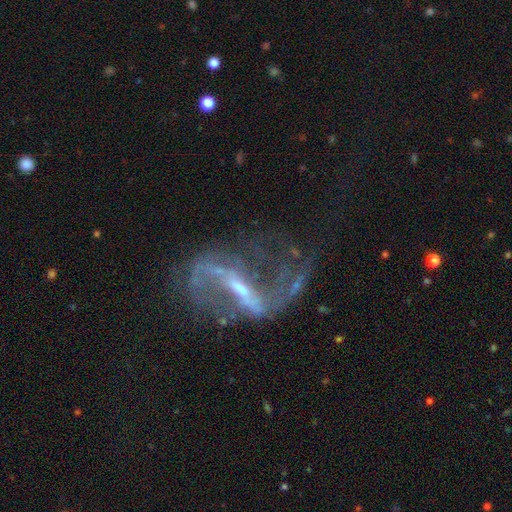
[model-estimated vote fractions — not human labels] The model was most divided on "merging": none: 47%, major disturbance: 30%, minor disturbance: 17%, merger: 5%. More confident: edge-on disk — no (91%); spiral arms — yes (88%); smooth or featured — featured or disk (86%); spiral arm count — 2 (85%); spiral winding — loose (77%); bulge size — small (69%); bar — strong (62%).